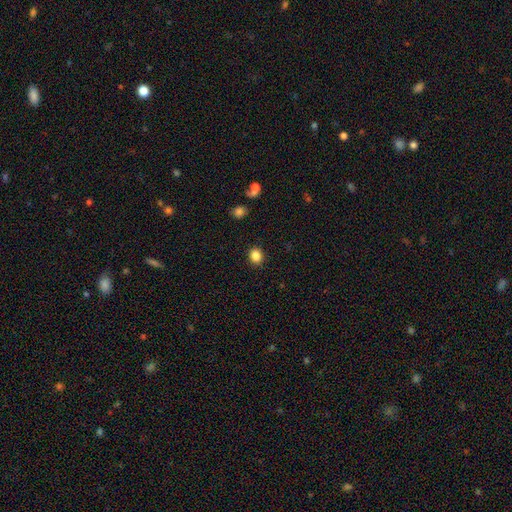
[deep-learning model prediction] Smooth or featured? Predicted: smooth (p=0.84). How rounded? Predicted: round (p=0.67). Merging? Predicted: none (p=0.90).